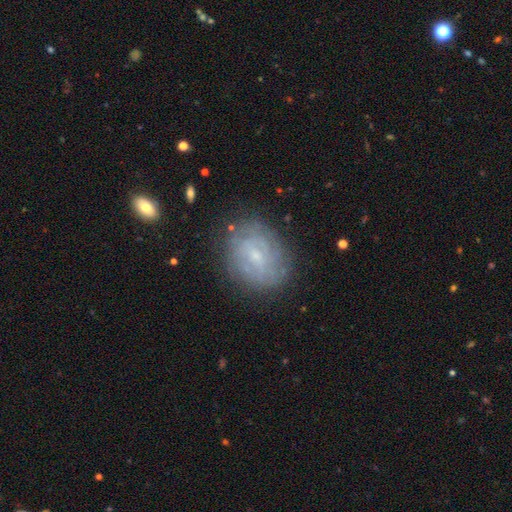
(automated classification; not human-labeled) A featured or disk galaxy (61%) with a weak bar (51%), spiral arms (73%) and a small central bulge (69%).

Vote fractions:
- Smooth or featured? featured or disk: 61% / smooth: 29% / star or artifact: 10%
- Edge-on disk? no: 96% / yes: 4%
- Bar? weak: 51% / no: 39% / strong: 10%
- Spiral arms? yes: 73% / no: 27%
- Bulge size? small: 69% / moderate: 21% / none: 8% / large: 1% / dominant: 1%
- Merging? none: 77% / minor disturbance: 16% / major disturbance: 6% / merger: 2%